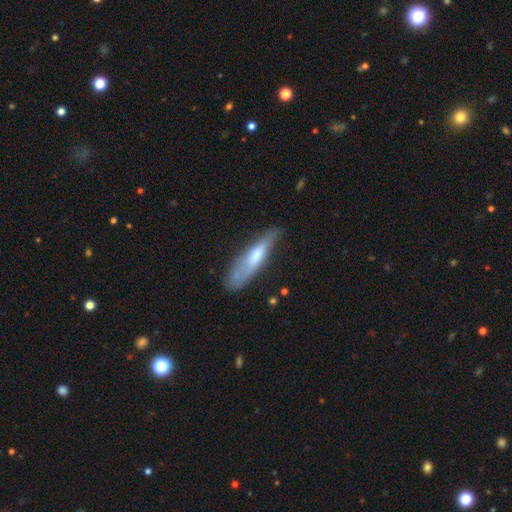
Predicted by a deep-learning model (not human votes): smooth_or_featured: smooth (p=0.56) [alt: featured or disk p=0.38]
how_rounded: cigar-shaped (p=0.77) [alt: in between p=0.21]
merging: none (p=0.68) [alt: minor disturbance p=0.24]